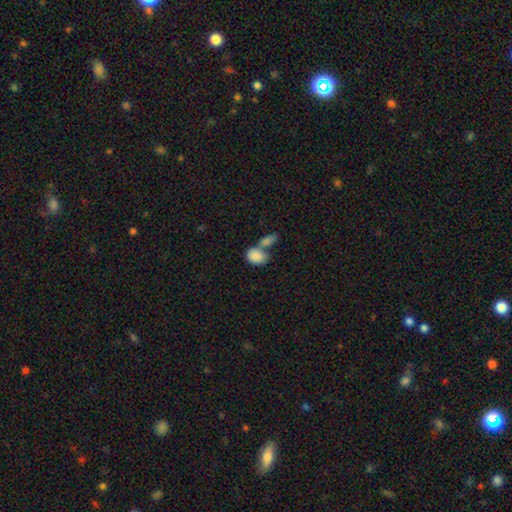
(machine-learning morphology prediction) smooth 86%, featured or disk 8%, star or artifact 7%. Down the decision tree: how rounded — in between (85%); merging — merger (57%).